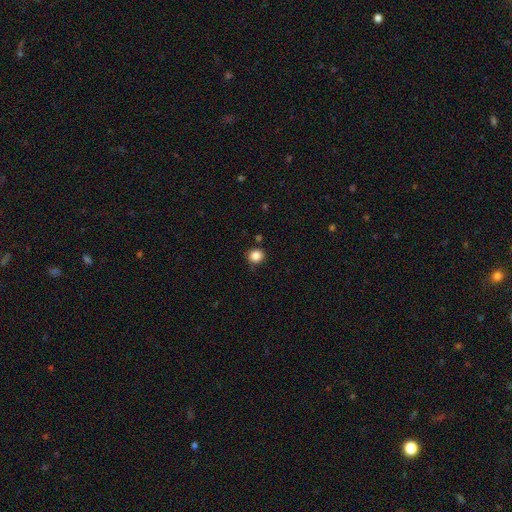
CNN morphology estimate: smooth-or-featured: smooth: 86% | star or artifact: 10% | featured or disk: 4%
  how-rounded: round: 89% | in between: 11% | cigar-shaped: 1%
  merging: none: 83% | minor disturbance: 12% | merger: 3% | major disturbance: 3%